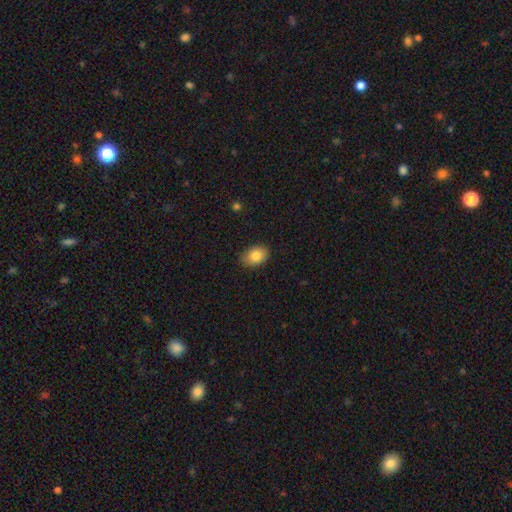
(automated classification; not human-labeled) Morphology: type=smooth (83%); roundness=in between (75%); merging=none (84%).